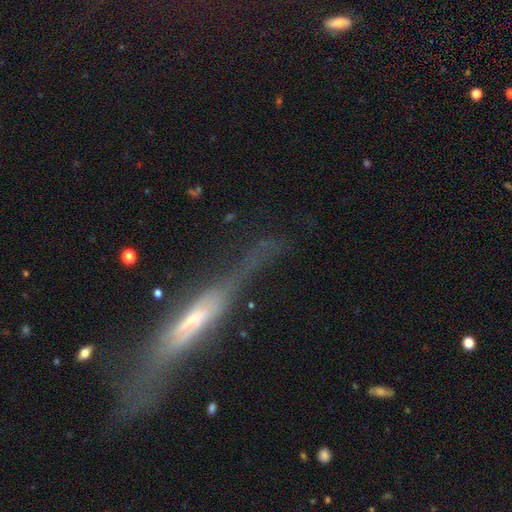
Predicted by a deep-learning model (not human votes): Q: Smooth or featured?
A: featured or disk (66%); runner-up: smooth (23%)
Q: Edge-on disk?
A: yes (75%); runner-up: no (25%)
Q: Merging?
A: none (49%); runner-up: major disturbance (24%)